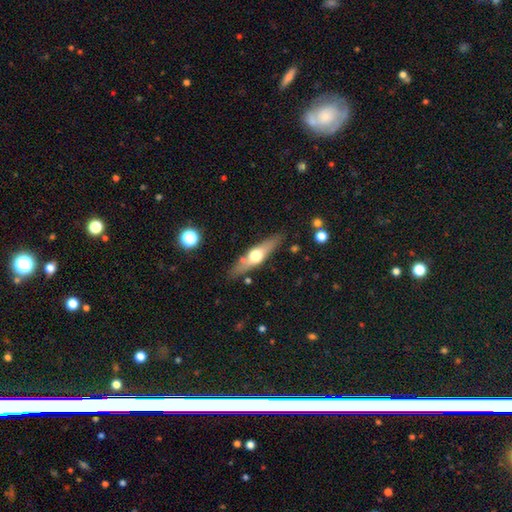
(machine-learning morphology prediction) Smooth or featured? Predicted: featured or disk (p=0.58). Edge-on disk? Predicted: yes (p=0.90). Edge-on bulge? Predicted: rounded (p=0.94). Merging? Predicted: none (p=0.84).